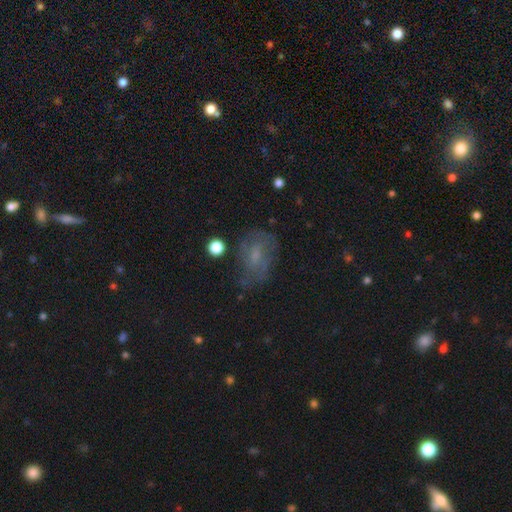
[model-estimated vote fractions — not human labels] The model was most divided on "smooth or featured": featured or disk: 47%, smooth: 36%, star or artifact: 16%. More confident: merging — none (55%).